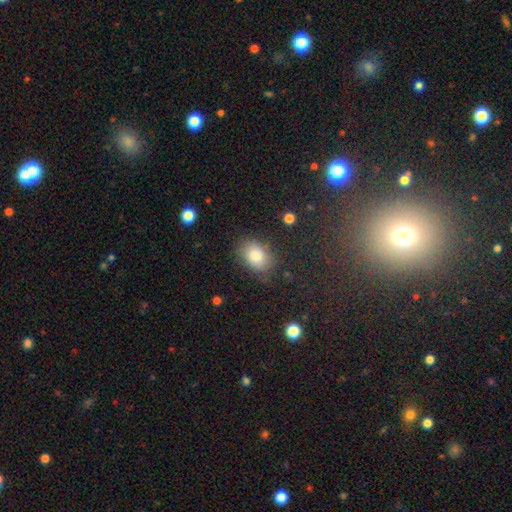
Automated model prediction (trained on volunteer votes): A smooth galaxy with no disk features (83%) that is in between round and cigar-shaped (75%). Merging: none (73%).